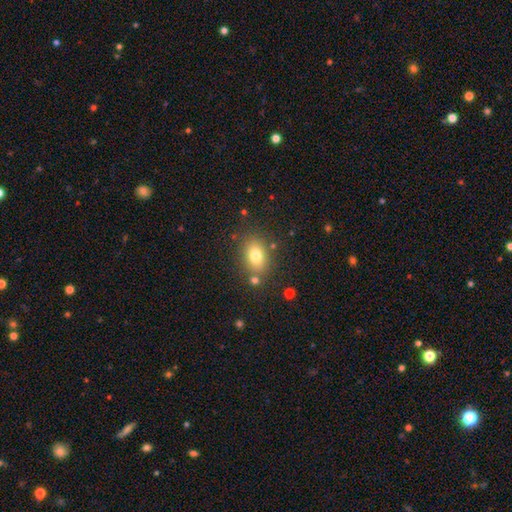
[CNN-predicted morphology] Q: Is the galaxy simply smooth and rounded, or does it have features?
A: smooth — 78%.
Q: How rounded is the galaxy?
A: in between — 71%.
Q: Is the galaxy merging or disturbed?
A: none — 78%.